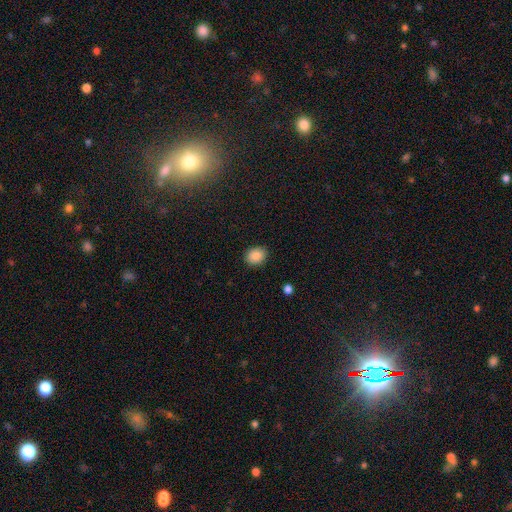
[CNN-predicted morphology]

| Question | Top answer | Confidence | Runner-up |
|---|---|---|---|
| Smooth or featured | smooth | 87% | star or artifact (9%) |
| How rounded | round | 51% | in between (48%) |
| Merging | none | 89% | minor disturbance (8%) |